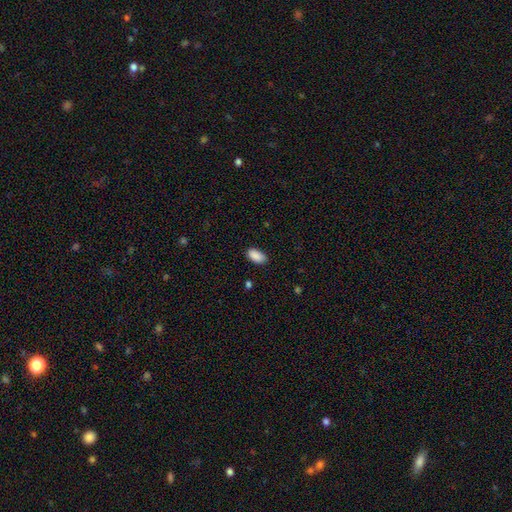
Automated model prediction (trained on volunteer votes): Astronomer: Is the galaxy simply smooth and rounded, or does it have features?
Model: smooth — 90%.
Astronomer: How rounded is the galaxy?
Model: in between — 94%.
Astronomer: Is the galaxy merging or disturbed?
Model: none — 85%.